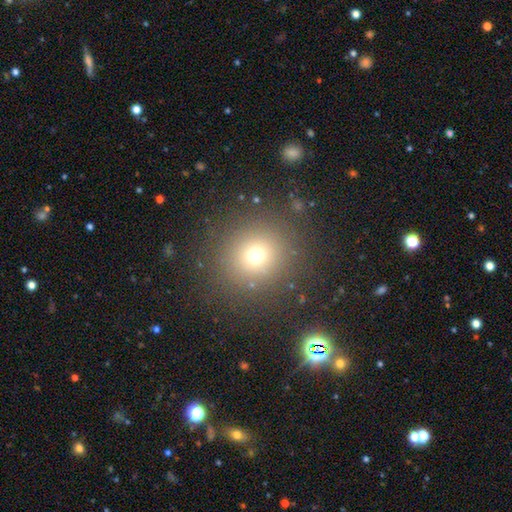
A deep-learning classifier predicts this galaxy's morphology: smooth-or-featured: smooth: 70% | star or artifact: 20% | featured or disk: 10%
  how-rounded: round: 91% | in between: 8% | cigar-shaped: 1%
  merging: none: 87% | minor disturbance: 7% | major disturbance: 4% | merger: 2%